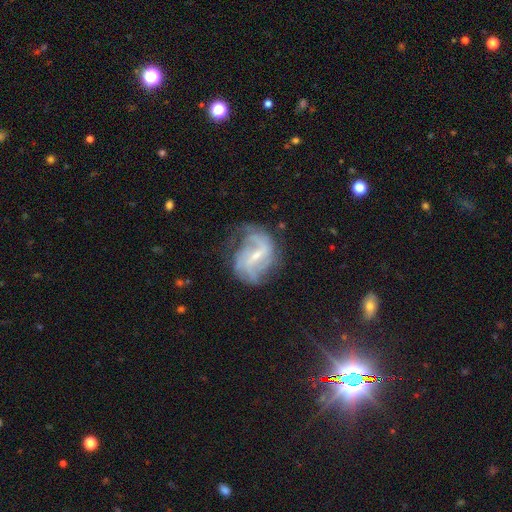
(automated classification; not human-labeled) featured or disk 83%, smooth 9%, star or artifact 7%. Down the decision tree: edge-on disk — no (97%); bar — weak (49%); spiral arms — yes (92%); spiral arm count — 2 (51%); spiral winding — medium (42%); bulge size — small (64%); merging — none (58%).